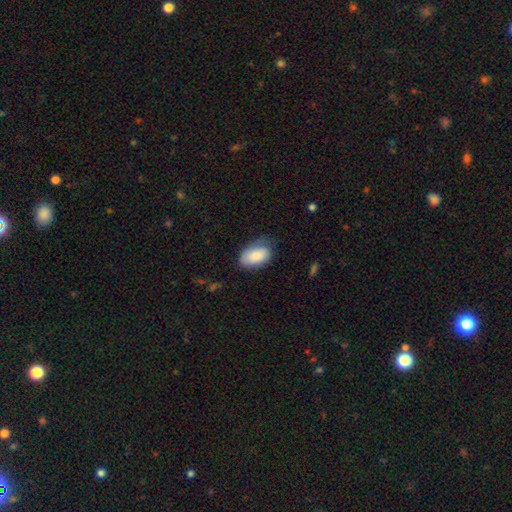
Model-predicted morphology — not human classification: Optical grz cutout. It shows a smooth galaxy with no disk features (82%) that is in between round and cigar-shaped (93%). Merging: none (60%).